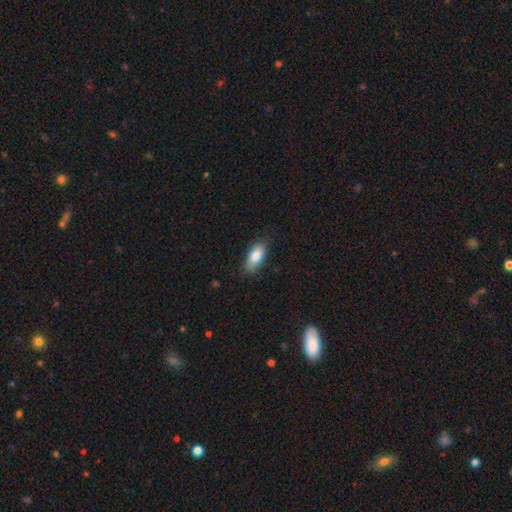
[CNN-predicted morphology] Overall: smooth (83%). How rounded: in between (84%). Merging: none (81%).